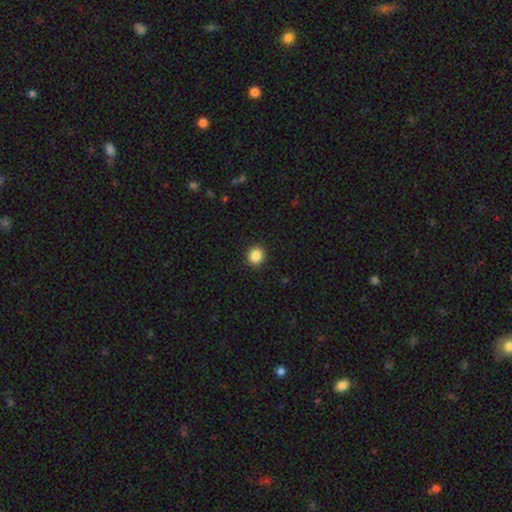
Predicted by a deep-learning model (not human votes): This appears to be a smooth galaxy with no disk features (87%) that is round (77%). Merging: none (92%).